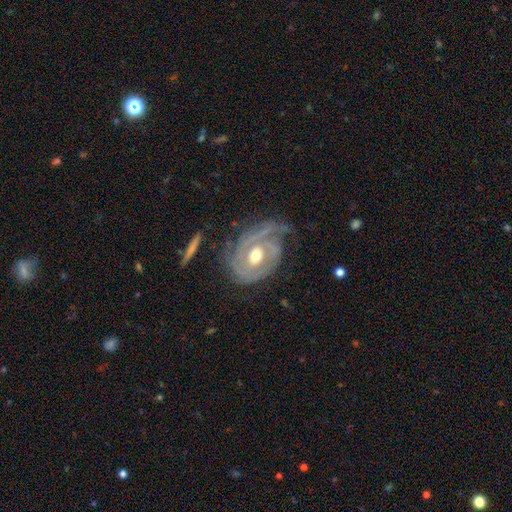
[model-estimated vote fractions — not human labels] Smooth or featured? featured or disk (85%)
Edge-on disk? no (96%)
Bar? no (61%)
Spiral arms? yes (90%)
Spiral winding? tight (64%)
Spiral arm count? 2 (41%)
Bulge size? moderate (77%)
Merging? none (54%)